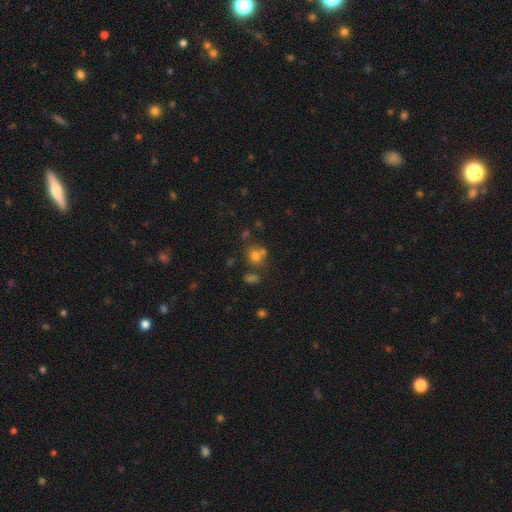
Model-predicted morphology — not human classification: The model was most divided on "merging": none: 57%, merger: 24%, minor disturbance: 13%, major disturbance: 6%. More confident: how rounded — round (77%); smooth or featured — smooth (72%).